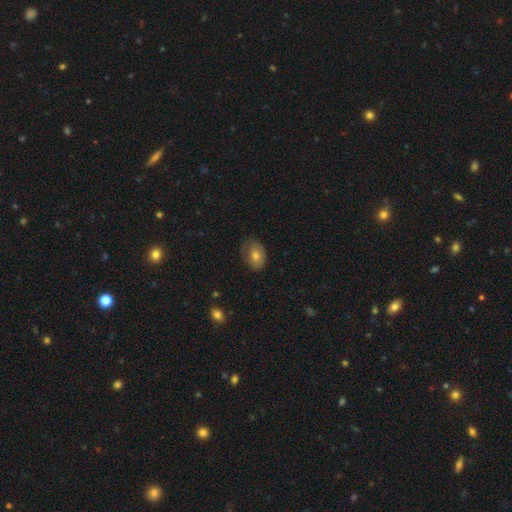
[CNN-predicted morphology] This is likely a smooth galaxy (68%). How rounded: likely in between (74%). Merging: likely none (68%).